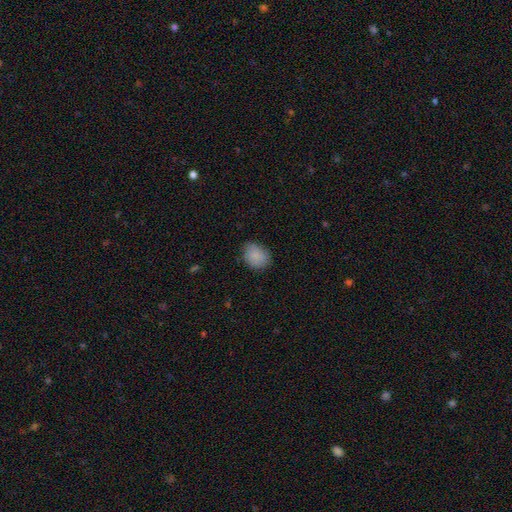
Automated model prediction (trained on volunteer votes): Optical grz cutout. It shows a smooth galaxy with no disk features (87%) that is in between round and cigar-shaped (54%). Merging: none (78%).